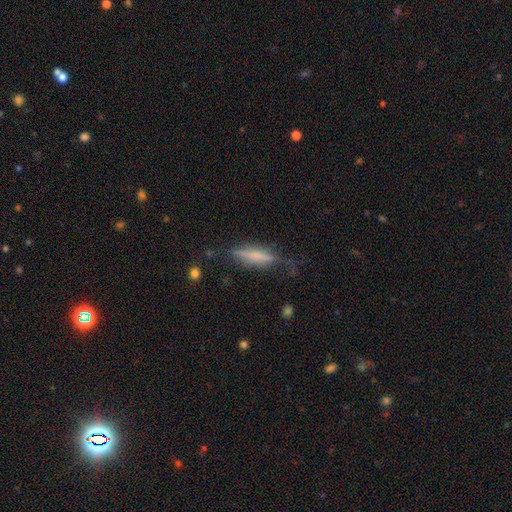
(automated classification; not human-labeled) The model was most divided on "smooth or featured": smooth: 51%, featured or disk: 41%, star or artifact: 8%. More confident: how rounded — cigar-shaped (75%); merging — none (54%).